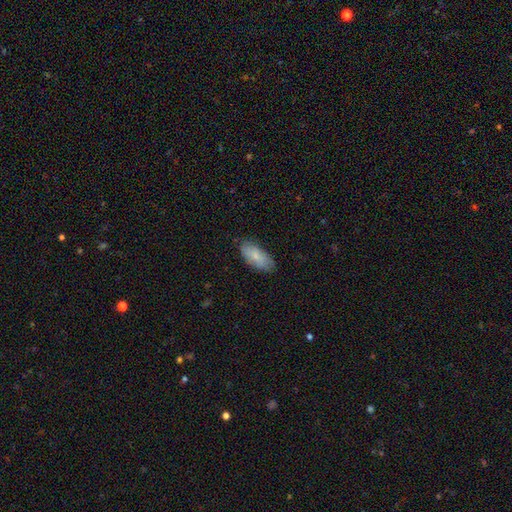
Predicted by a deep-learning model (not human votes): smooth_or_featured: smooth (p=0.78) [alt: featured or disk p=0.16]
how_rounded: in between (p=0.88) [alt: cigar-shaped p=0.10]
merging: none (p=0.79) [alt: minor disturbance p=0.17]